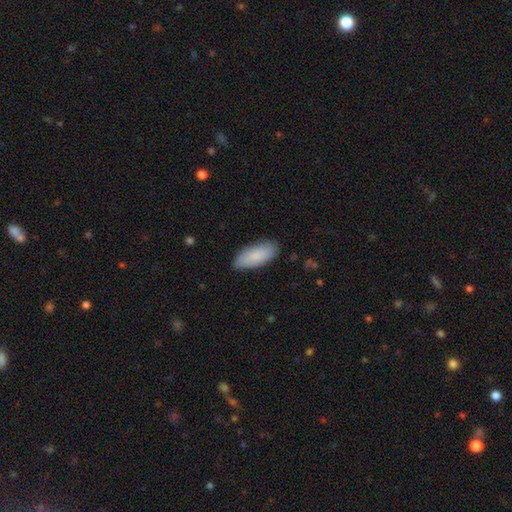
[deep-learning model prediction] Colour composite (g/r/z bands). It shows a smooth galaxy with no disk features (87%) that is in between round and cigar-shaped (84%). Merging: none (84%).